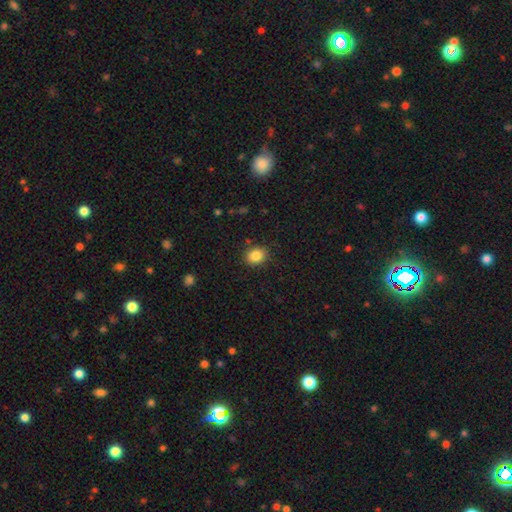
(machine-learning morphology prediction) smooth 84%, star or artifact 10%, featured or disk 6%. Down the decision tree: how rounded — round (59%); merging — none (87%).